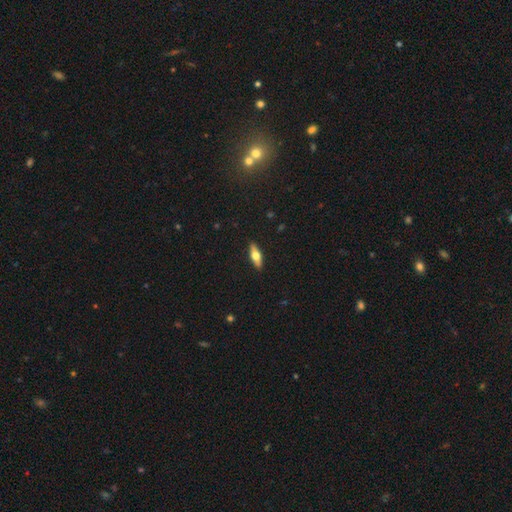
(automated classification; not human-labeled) Q: Smooth or featured?
A: smooth (49%); runner-up: featured or disk (45%)
Q: Merging?
A: none (90%); runner-up: minor disturbance (7%)